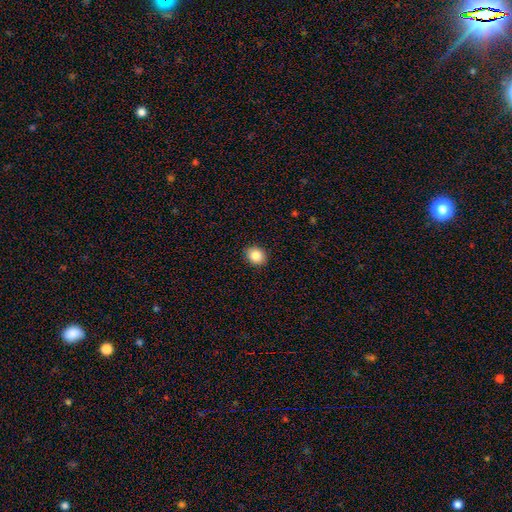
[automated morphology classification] type=smooth (85%); roundness=round (64%); merging=none (91%).